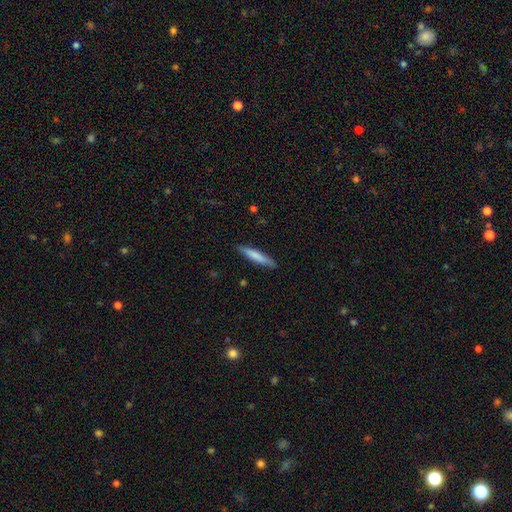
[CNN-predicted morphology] This is likely a smooth galaxy (74%). How rounded: clearly cigar-shaped (92%). Merging: clearly none (89%).